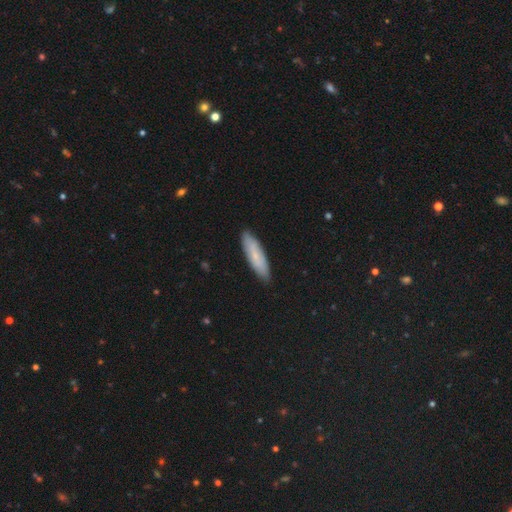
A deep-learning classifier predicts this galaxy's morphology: A smooth galaxy with no disk features (69%) that is cigar-shaped (67%).

Vote fractions:
- Smooth or featured? smooth: 69% / featured or disk: 25% / star or artifact: 6%
- How rounded? cigar-shaped: 67% / in between: 32% / round: 2%
- Merging? none: 87% / minor disturbance: 10% / major disturbance: 2% / merger: 1%